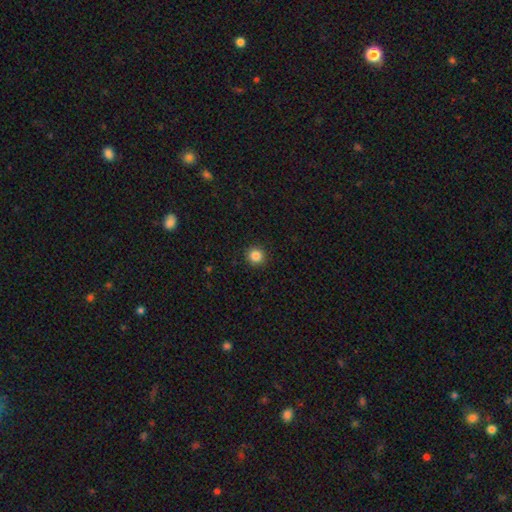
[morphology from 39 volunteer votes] This appears to be a smooth galaxy with no disk features (95%) that is round (100%). Merging: none (97%).